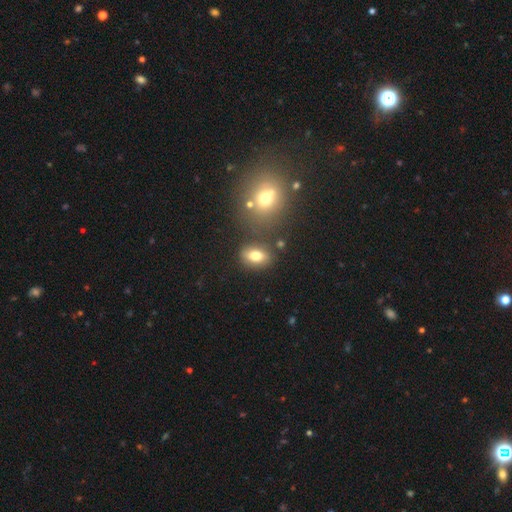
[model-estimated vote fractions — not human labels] Q: Smooth or featured?
A: smooth (77%); runner-up: featured or disk (12%)
Q: How rounded?
A: in between (80%); runner-up: round (18%)
Q: Merging?
A: none (77%); runner-up: minor disturbance (12%)